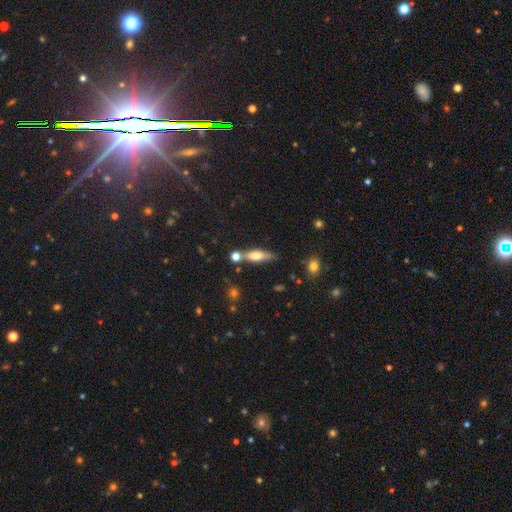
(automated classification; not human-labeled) Q: Smooth or featured?
A: smooth (57%); runner-up: featured or disk (34%)
Q: How rounded?
A: cigar-shaped (62%); runner-up: in between (35%)
Q: Merging?
A: none (67%); runner-up: minor disturbance (15%)